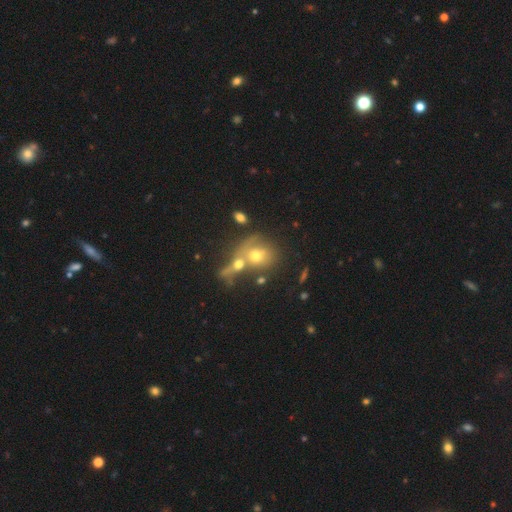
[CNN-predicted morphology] Smooth or featured?
  - smooth: 54% *
  - featured or disk: 32%
  - star or artifact: 13%
How rounded?
  - round: 69% *
  - in between: 28%
  - cigar-shaped: 3%
Merging?
  - merger: 48% *
  - none: 31%
  - minor disturbance: 11%
  - major disturbance: 10%